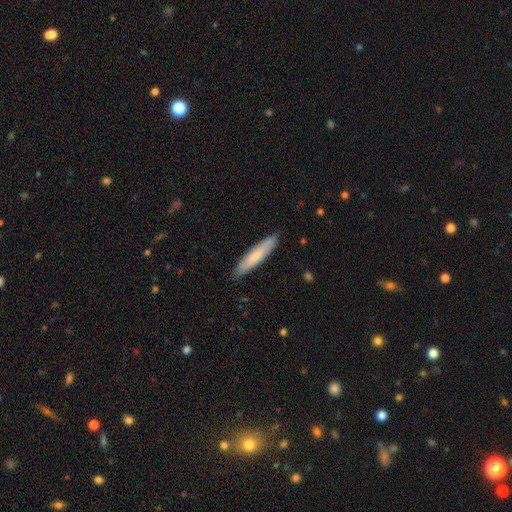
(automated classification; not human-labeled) Smooth or featured? smooth (71%)
How rounded? cigar-shaped (87%)
Merging? none (88%)